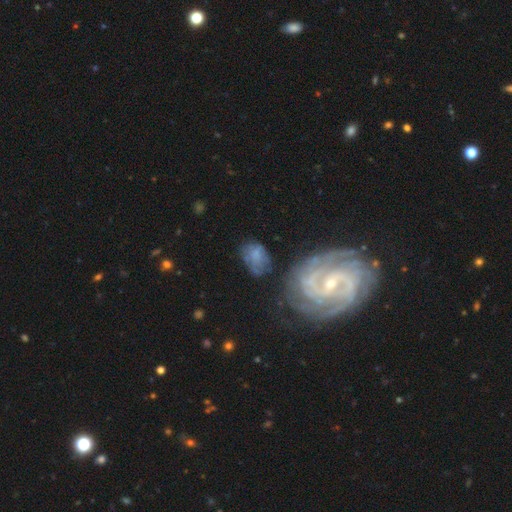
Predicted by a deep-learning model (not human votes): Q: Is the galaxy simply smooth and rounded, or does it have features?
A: smooth — 47%.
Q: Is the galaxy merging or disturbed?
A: none — 44%.